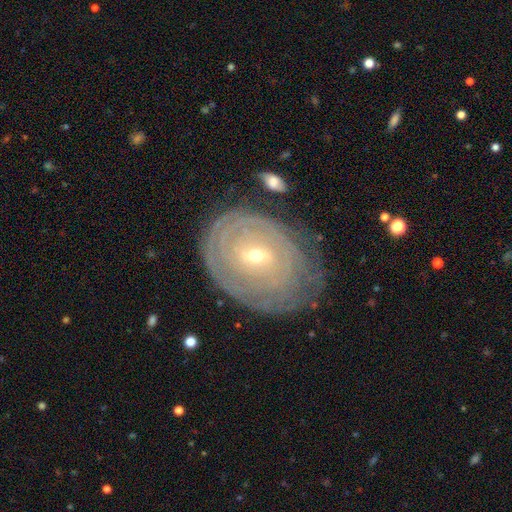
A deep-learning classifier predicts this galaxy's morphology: This appears to be a featured or disk galaxy (79%) with no bar (45%), tight (86%) spiral arms (80%) and a small central bulge (60%). Merging: none (75%).